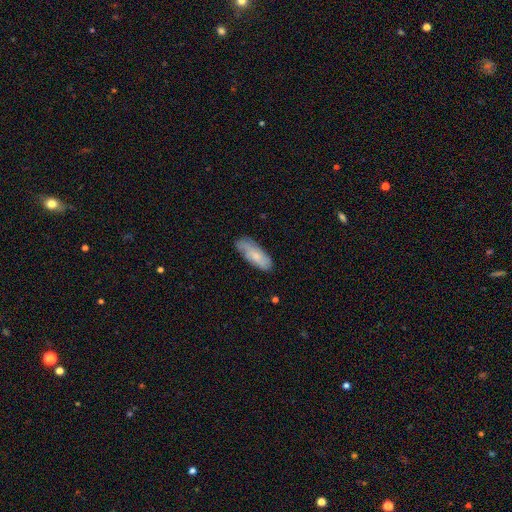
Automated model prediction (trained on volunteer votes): Smooth or featured? smooth (59%)
How rounded? in between (71%)
Merging? none (73%)